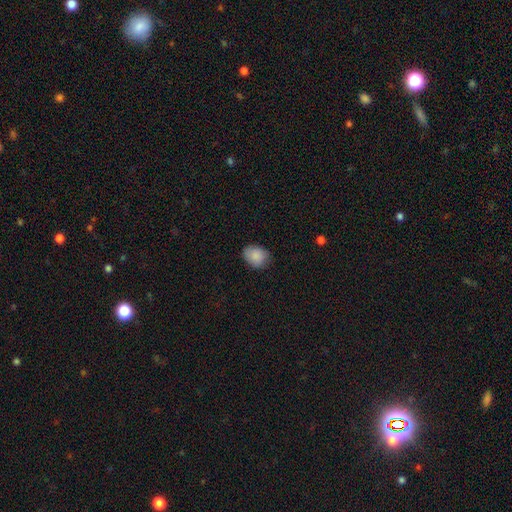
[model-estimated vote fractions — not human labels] Smooth or featured? smooth (88%)
How rounded? in between (58%)
Merging? none (77%)